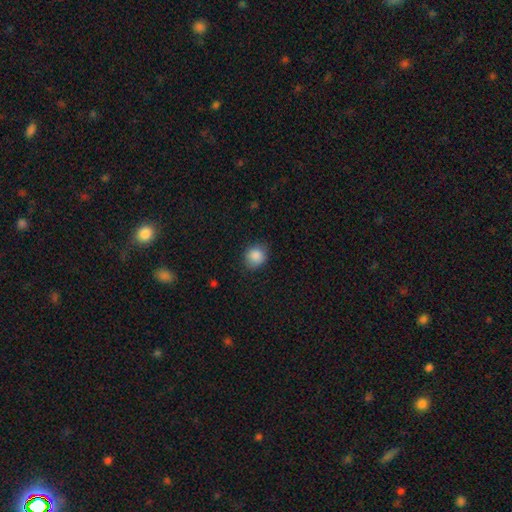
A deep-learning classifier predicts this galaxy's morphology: Overall: smooth (88%). How rounded: round (77%). Merging: none (81%).